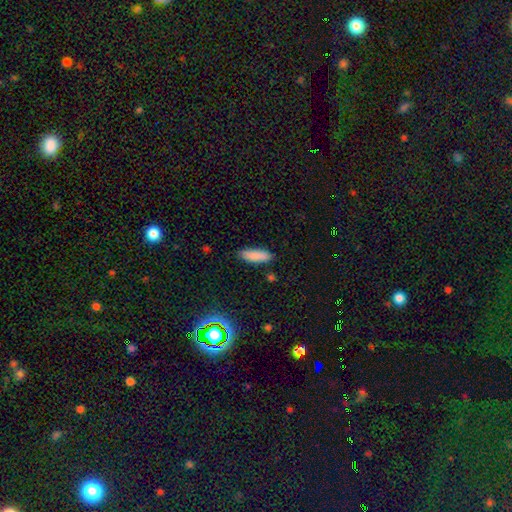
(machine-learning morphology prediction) Overall: smooth (87%). How rounded: in between (58%; cigar-shaped 41%). Merging: none (85%).